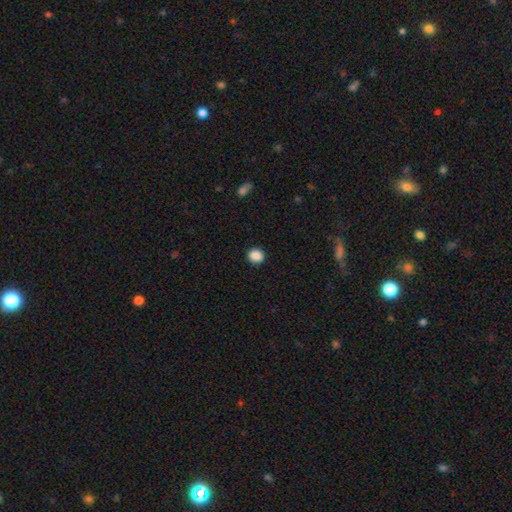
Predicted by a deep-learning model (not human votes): smooth 88%, star or artifact 9%, featured or disk 3%. Down the decision tree: how rounded — round (82%); merging — none (91%).